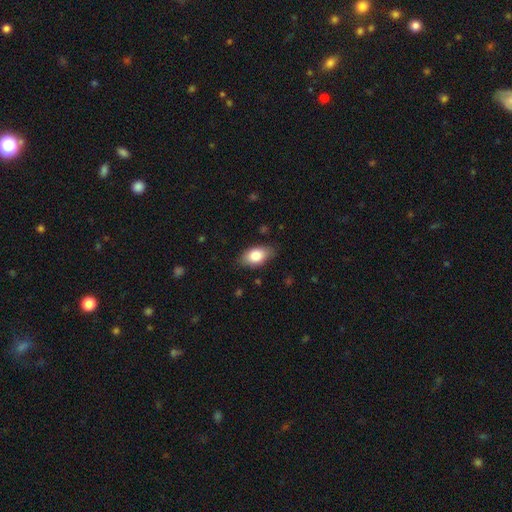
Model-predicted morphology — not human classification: Smooth or featured: smooth — 82% (featured or disk — 11%)
How rounded: in between — 90% (round — 6%)
Merging: none — 80% (minor disturbance — 16%)